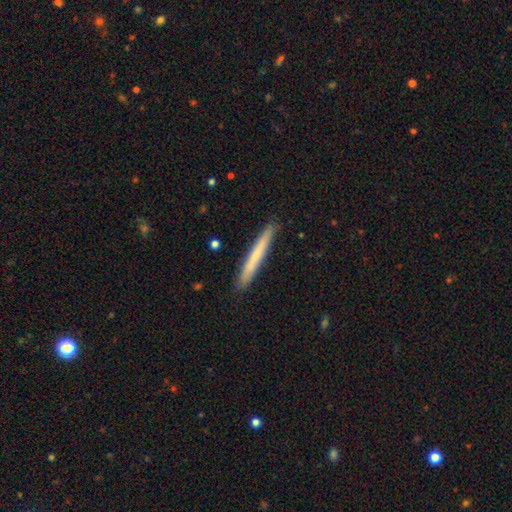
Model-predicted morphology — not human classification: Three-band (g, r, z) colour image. It shows a smooth galaxy with no disk features (64%) that is cigar-shaped (97%). Merging: none (91%).